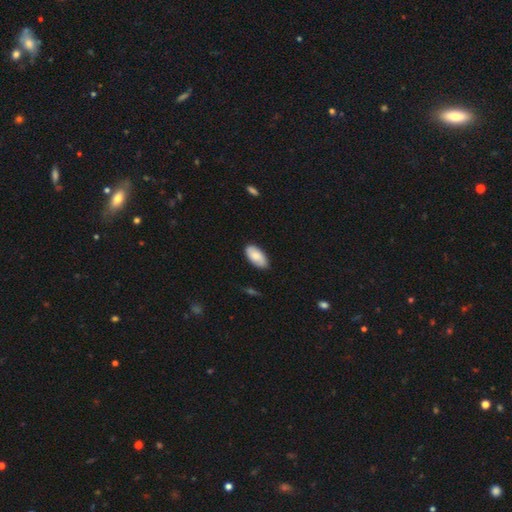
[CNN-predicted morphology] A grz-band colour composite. It shows a smooth galaxy with no disk features (81%) that is in between round and cigar-shaped (95%). Merging: none (84%).